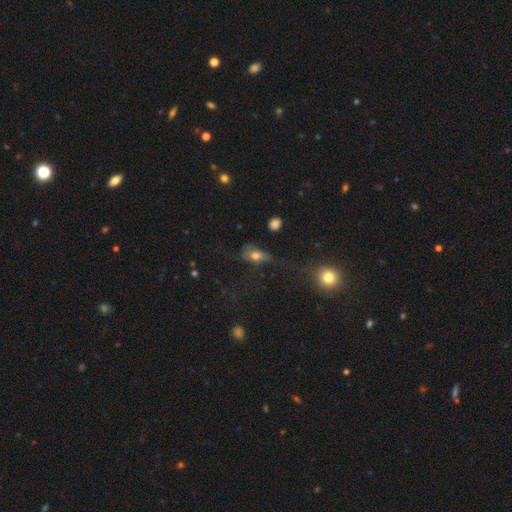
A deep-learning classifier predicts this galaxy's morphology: smooth-or-featured: smooth: 67% | featured or disk: 20% | star or artifact: 14%
  how-rounded: in between: 71% | round: 22% | cigar-shaped: 7%
  merging: none: 36% | major disturbance: 33% | minor disturbance: 26% | merger: 5%